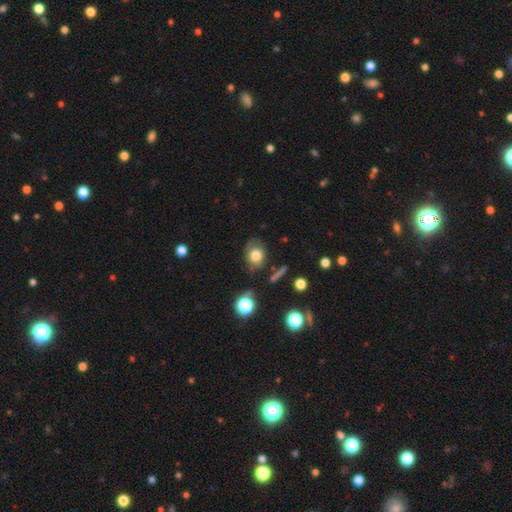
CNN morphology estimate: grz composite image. It shows a smooth galaxy with no disk features (75%) that is round (52%). Merging: none (67%).